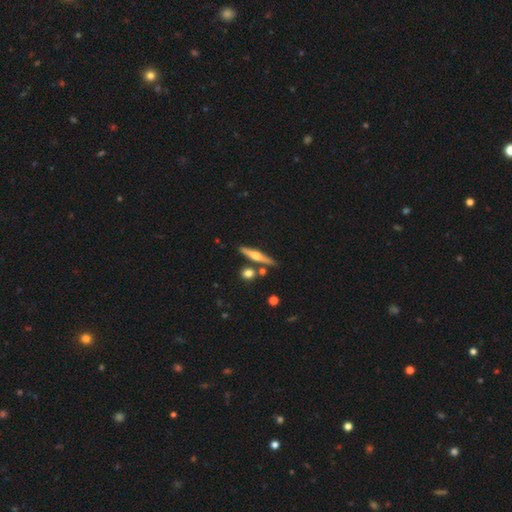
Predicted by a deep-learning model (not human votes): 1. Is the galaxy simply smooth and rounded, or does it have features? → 63% featured or disk, 31% smooth, 6% star or artifact.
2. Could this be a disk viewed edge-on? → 96% yes, 4% no.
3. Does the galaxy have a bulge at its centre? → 90% rounded, 5% none, 5% boxy.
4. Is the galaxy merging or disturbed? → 80% none, 9% merger, 9% minor disturbance, 2% major disturbance.